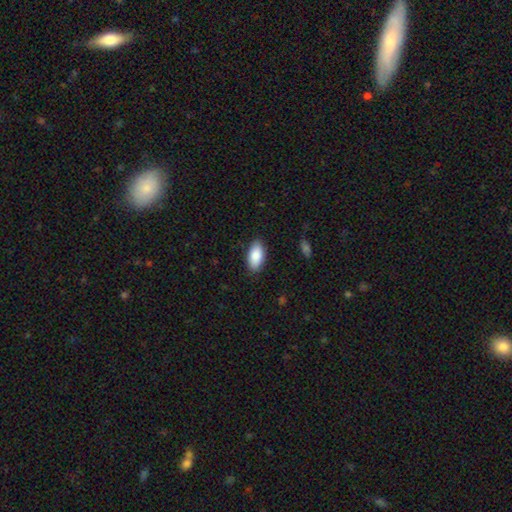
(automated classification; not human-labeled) Smooth or featured: smooth — 88% (star or artifact — 6%)
How rounded: in between — 93% (cigar-shaped — 5%)
Merging: none — 87% (minor disturbance — 10%)